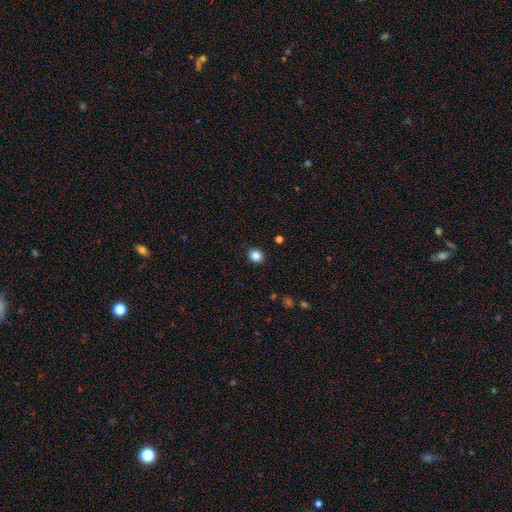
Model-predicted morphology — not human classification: The model was most divided on "how rounded": round: 68%, in between: 31%, cigar-shaped: 1%. More confident: merging — none (91%); smooth or featured — smooth (85%).